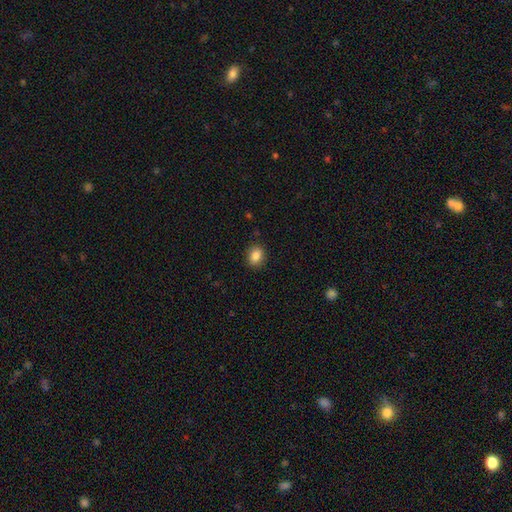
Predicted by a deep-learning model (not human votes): A smooth galaxy with no disk features (86%) that is in between round and cigar-shaped (57%).

Vote fractions:
- Smooth or featured? smooth: 86% / star or artifact: 9% / featured or disk: 5%
- How rounded? in between: 57% / round: 42% / cigar-shaped: 1%
- Merging? none: 89% / minor disturbance: 8% / major disturbance: 2% / merger: 1%